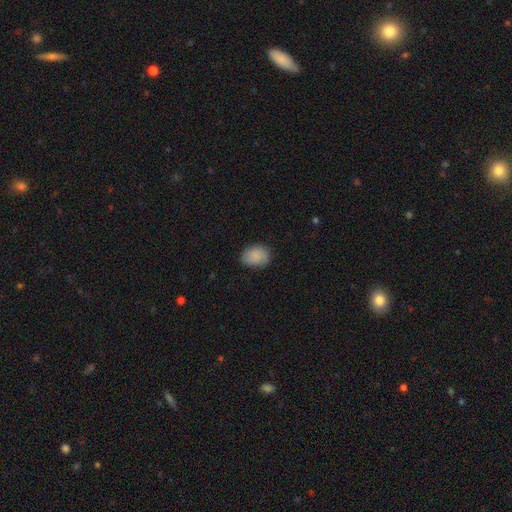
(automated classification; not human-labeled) Smooth or featured? smooth (87%)
How rounded? in between (66%)
Merging? none (77%)